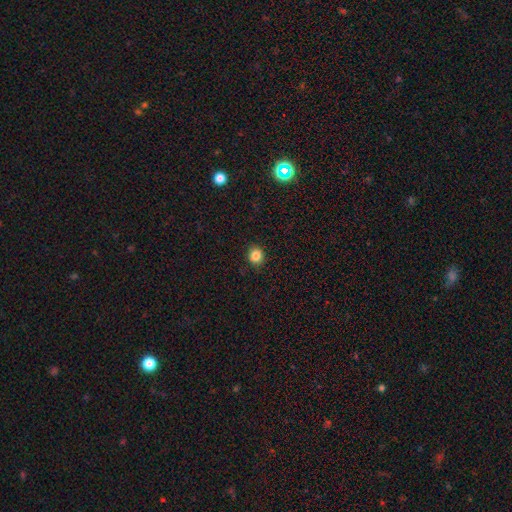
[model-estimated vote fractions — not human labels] Q: Smooth or featured?
A: smooth (85%); runner-up: star or artifact (11%)
Q: How rounded?
A: round (85%); runner-up: in between (14%)
Q: Merging?
A: none (90%); runner-up: minor disturbance (7%)